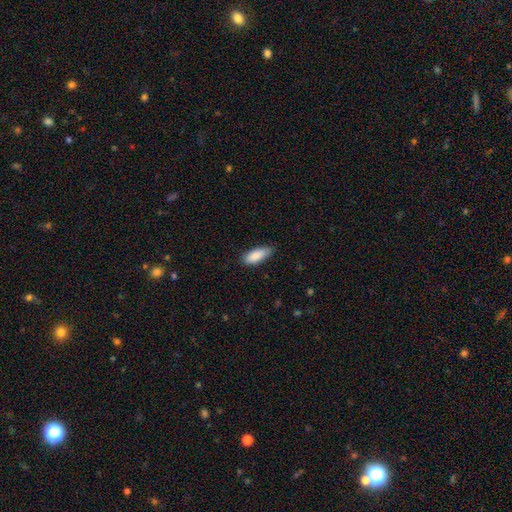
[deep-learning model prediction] This is clearly a smooth galaxy (89%). How rounded: likely in between (78%). Merging: clearly none (80%).